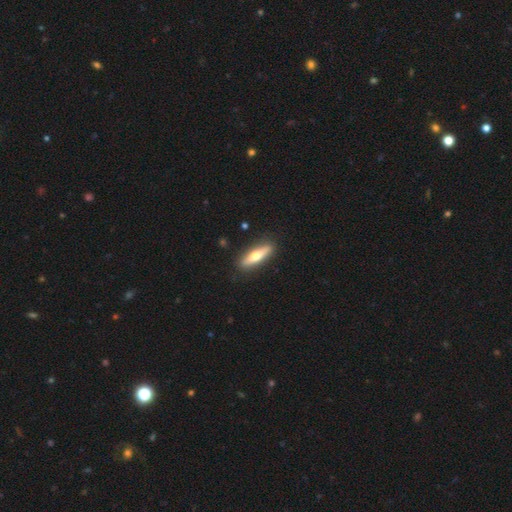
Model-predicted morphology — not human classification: Smooth or featured: smooth — 51% (featured or disk — 44%)
How rounded: cigar-shaped — 70% (in between — 28%)
Merging: none — 89% (minor disturbance — 8%)